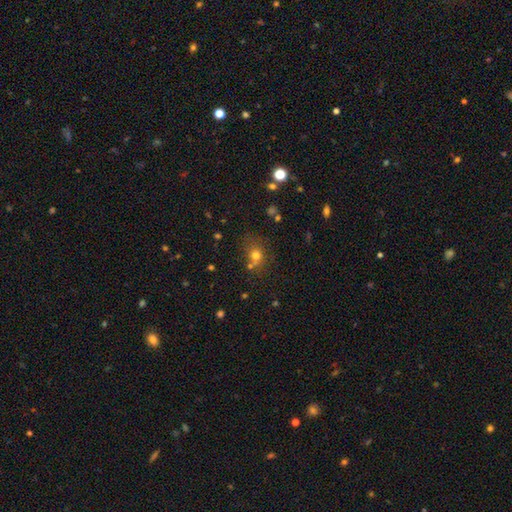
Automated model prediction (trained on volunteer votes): This is likely a smooth galaxy (69%). How rounded: likely round (71%). Merging: possibly none (55%).